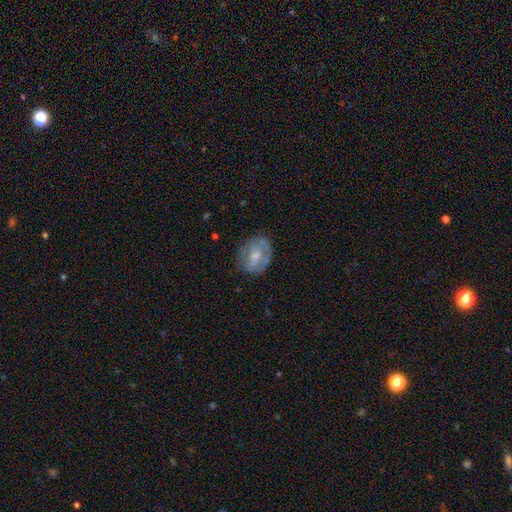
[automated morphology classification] This appears to be a featured or disk galaxy (54%) with no bar (51%), spiral arms (50%, tied with no) and a moderate central bulge (46%). Merging: none (64%).